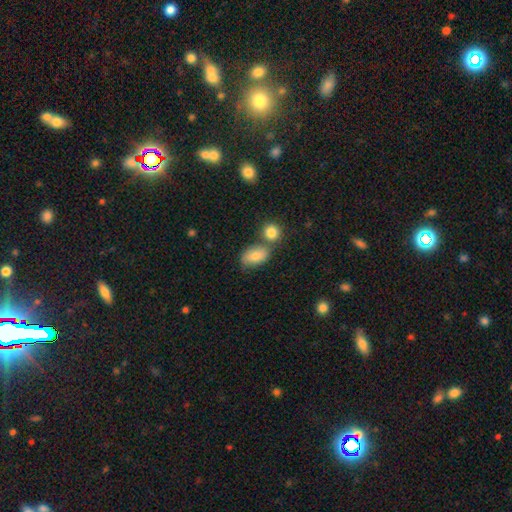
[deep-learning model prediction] smooth 79%, featured or disk 11%, star or artifact 9%. Down the decision tree: how rounded — in between (86%); merging — none (56%).